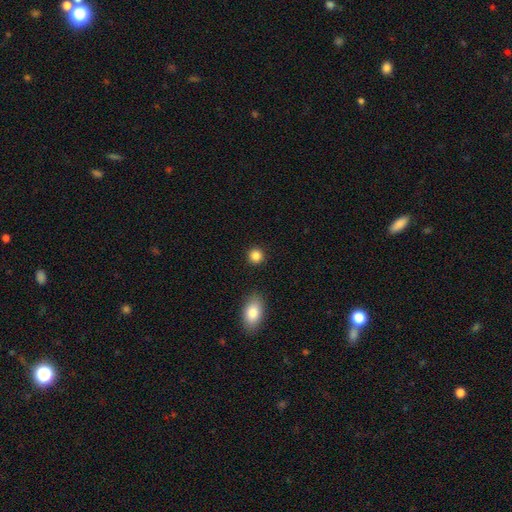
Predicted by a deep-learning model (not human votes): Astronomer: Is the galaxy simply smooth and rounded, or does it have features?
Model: smooth — 86%.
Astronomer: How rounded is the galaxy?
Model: round — 92%.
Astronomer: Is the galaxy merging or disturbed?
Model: none — 91%.